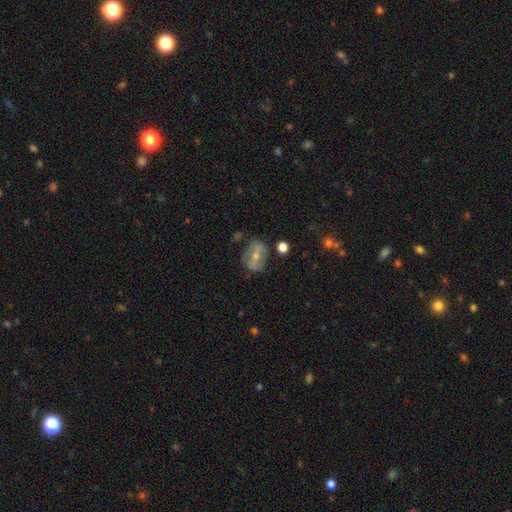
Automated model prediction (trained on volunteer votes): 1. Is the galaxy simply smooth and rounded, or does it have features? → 53% featured or disk, 38% smooth, 9% star or artifact.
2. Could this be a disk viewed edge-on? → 90% no, 10% yes.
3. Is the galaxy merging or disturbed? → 68% none, 19% minor disturbance, 9% major disturbance, 4% merger.